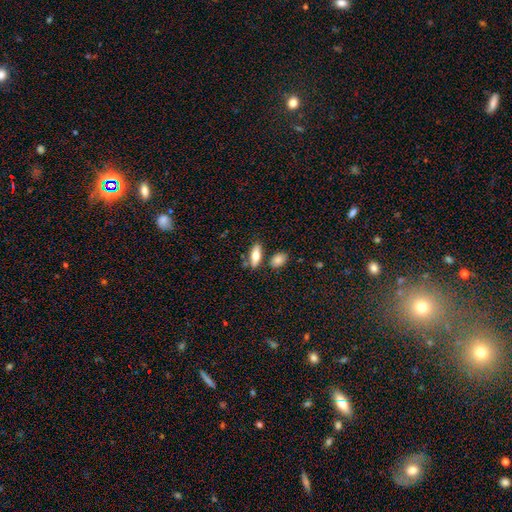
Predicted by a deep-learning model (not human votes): The model was most divided on "how rounded": in between: 72%, cigar-shaped: 24%, round: 3%. More confident: smooth or featured — smooth (75%); merging — none (73%).